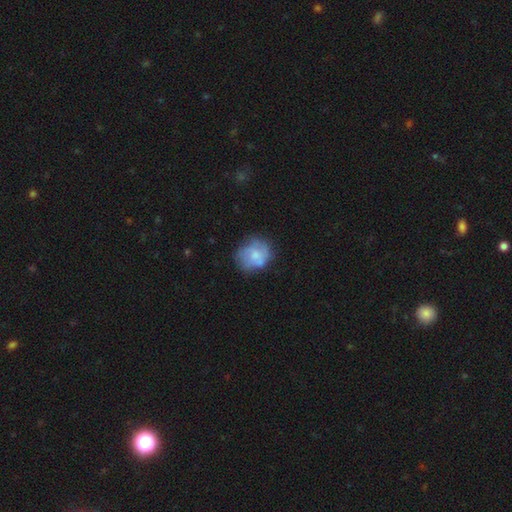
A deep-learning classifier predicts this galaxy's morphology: A smooth galaxy with no disk features (57%) that is round (73%). Merging: none (58%).